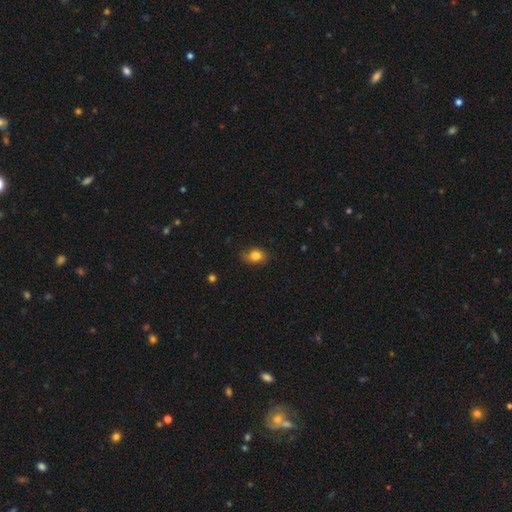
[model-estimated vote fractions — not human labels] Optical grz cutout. It shows a smooth galaxy with no disk features (82%) that is in between round and cigar-shaped (63%). Merging: none (72%).